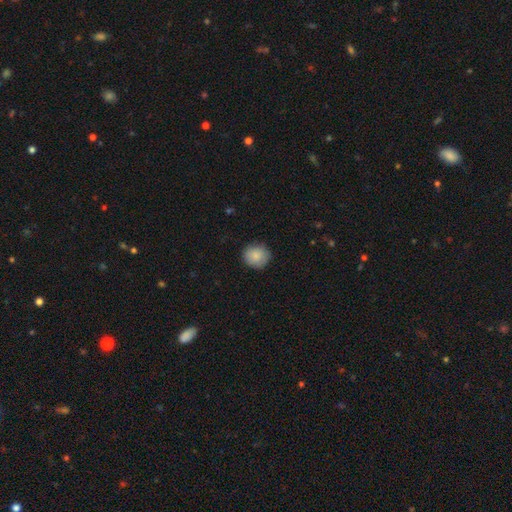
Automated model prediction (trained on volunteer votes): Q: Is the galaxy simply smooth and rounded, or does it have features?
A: smooth — 84%.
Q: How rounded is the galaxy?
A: round — 87%.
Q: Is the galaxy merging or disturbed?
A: none — 84%.